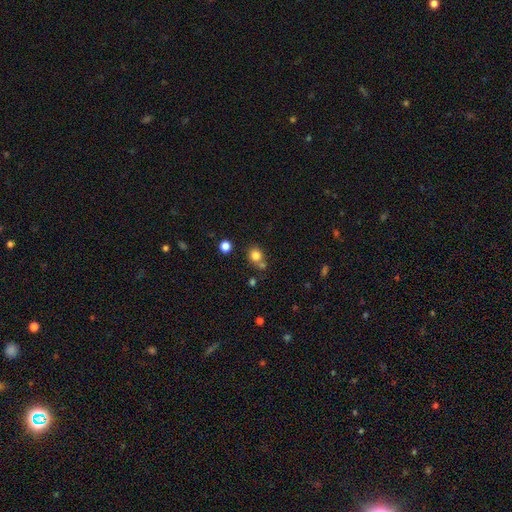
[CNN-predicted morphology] Smooth or featured?
  - smooth: 81% *
  - star or artifact: 13%
  - featured or disk: 6%
How rounded?
  - round: 82% *
  - in between: 18%
  - cigar-shaped: 1%
Merging?
  - none: 63% *
  - merger: 23%
  - minor disturbance: 11%
  - major disturbance: 4%